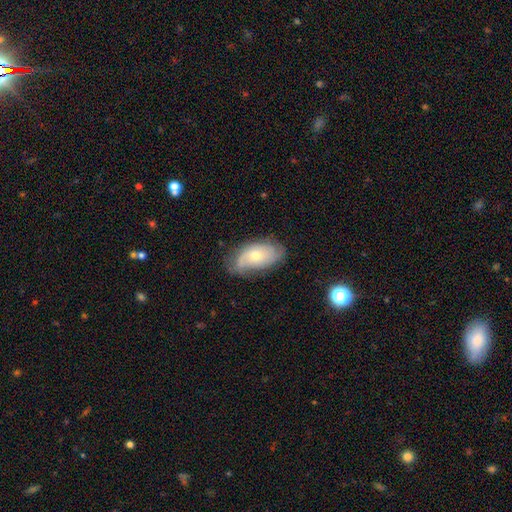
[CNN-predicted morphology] Smooth or featured?
  - featured or disk: 50% *
  - smooth: 43%
  - star or artifact: 7%
Merging?
  - none: 62% *
  - minor disturbance: 27%
  - major disturbance: 9%
  - merger: 2%